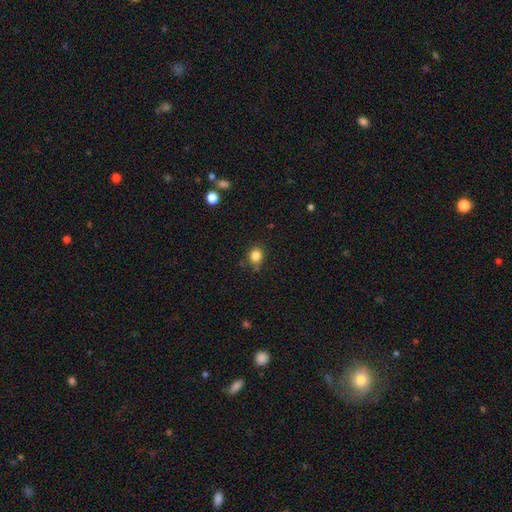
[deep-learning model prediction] This is clearly a smooth galaxy (84%). How rounded: likely round (68%). Merging: likely none (77%).